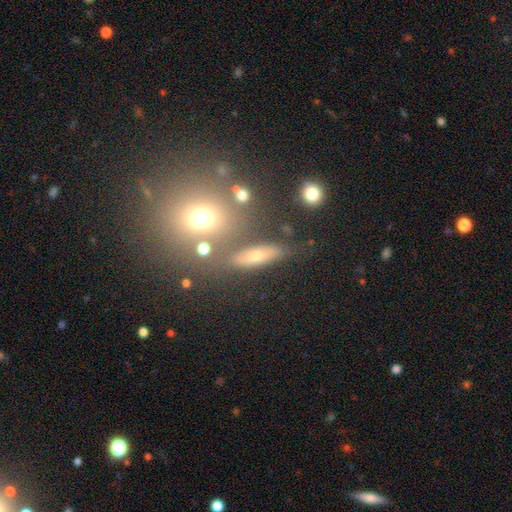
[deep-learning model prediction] Smooth or featured: smooth — 54% (featured or disk — 28%)
How rounded: cigar-shaped — 49% (in between — 36%)
Merging: none — 73% (minor disturbance — 13%)